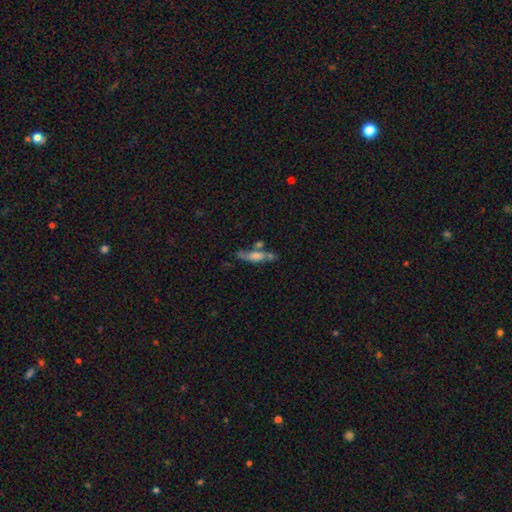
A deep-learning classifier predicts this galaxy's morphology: smooth 55%, featured or disk 36%, star or artifact 9%. Down the decision tree: how rounded — in between (48%); merging — none (40%).